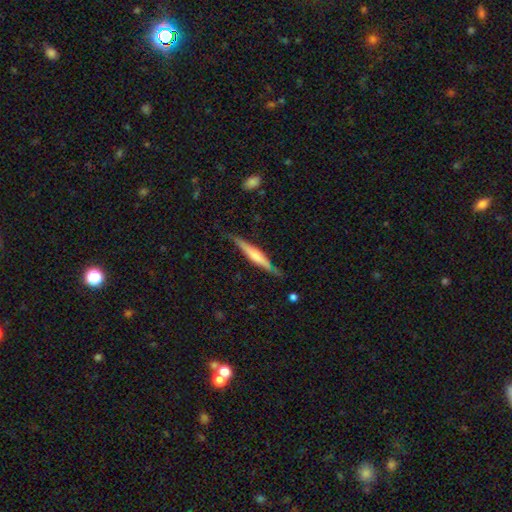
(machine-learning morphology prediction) Overall: featured or disk (52%; smooth 42%). Edge-on disk: yes (95%). Merging: none (77%).